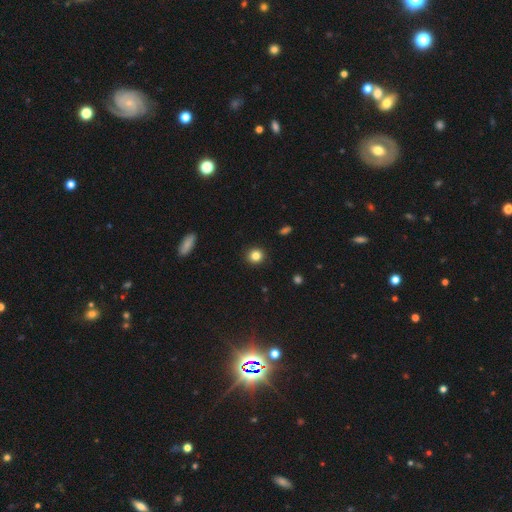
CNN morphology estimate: smooth-or-featured: smooth: 84% | star or artifact: 11% | featured or disk: 5%
  how-rounded: round: 90% | in between: 9% | cigar-shaped: 1%
  merging: none: 92% | minor disturbance: 5% | major disturbance: 2% | merger: 1%